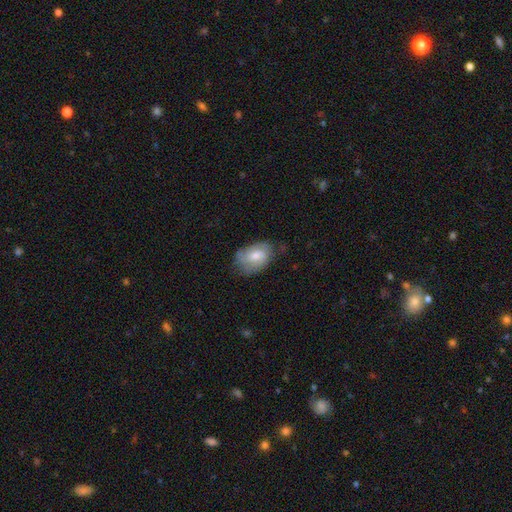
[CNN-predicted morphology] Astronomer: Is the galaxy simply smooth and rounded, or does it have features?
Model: smooth — 57% (runner-up: featured or disk, 36%).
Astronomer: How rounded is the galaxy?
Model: in between — 84%.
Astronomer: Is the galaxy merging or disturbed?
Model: none — 62%.